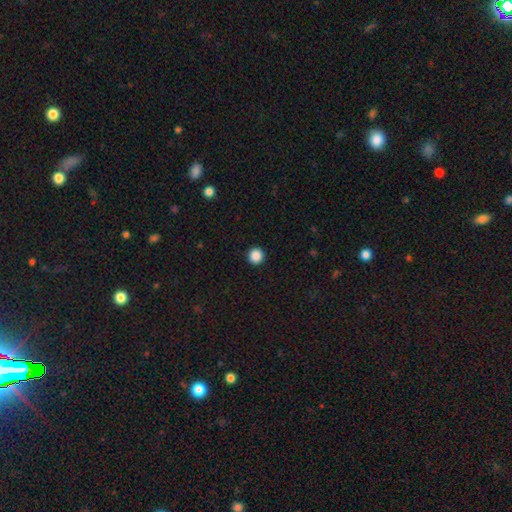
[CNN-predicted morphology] smooth 88%, star or artifact 10%, featured or disk 2%. Down the decision tree: how rounded — round (95%); merging — none (93%).